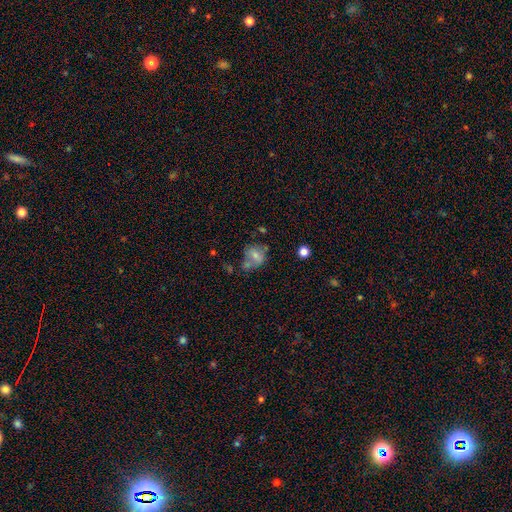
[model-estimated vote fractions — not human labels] smooth_or_featured: smooth (p=0.62) [alt: featured or disk p=0.26]
how_rounded: round (p=0.56) [alt: in between p=0.43]
merging: none (p=0.38) [alt: merger p=0.26]